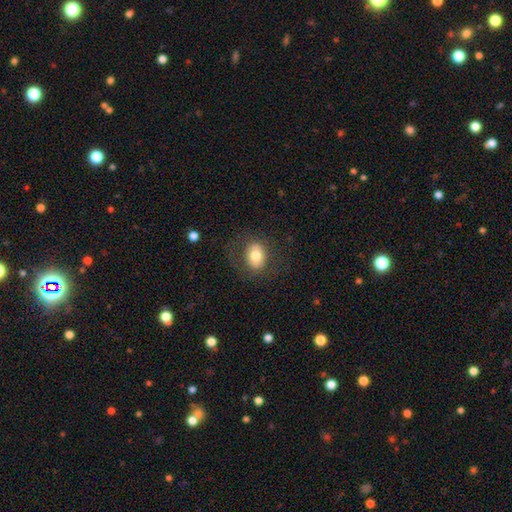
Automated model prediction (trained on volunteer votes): smooth 73%, featured or disk 18%, star or artifact 9%. Down the decision tree: how rounded — in between (59%); merging — none (76%).